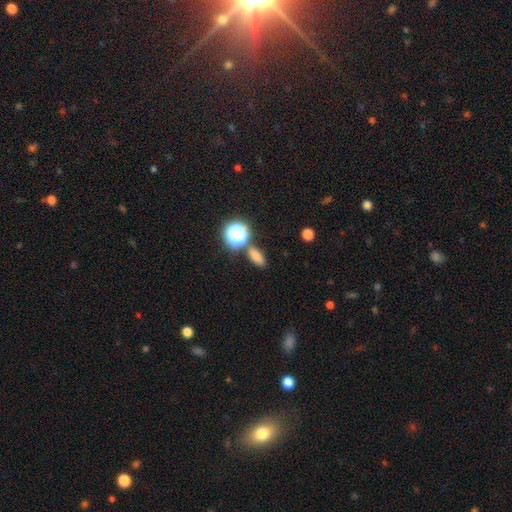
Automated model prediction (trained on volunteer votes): Smooth or featured: smooth — 76% (star or artifact — 18%)
How rounded: in between — 74% (round — 18%)
Merging: none — 77% (minor disturbance — 10%)